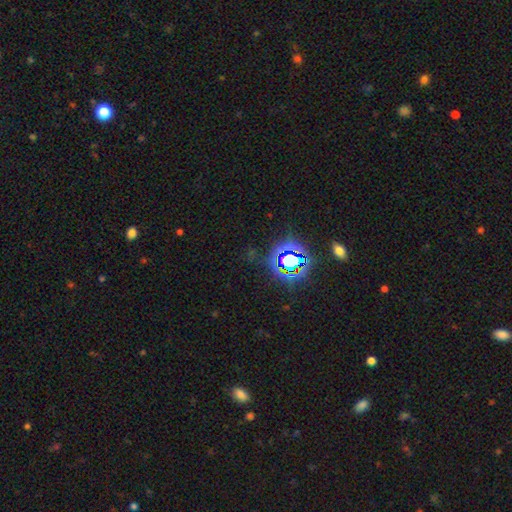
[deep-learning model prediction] This is clearly a star or artifact rather than a galaxy (80%).